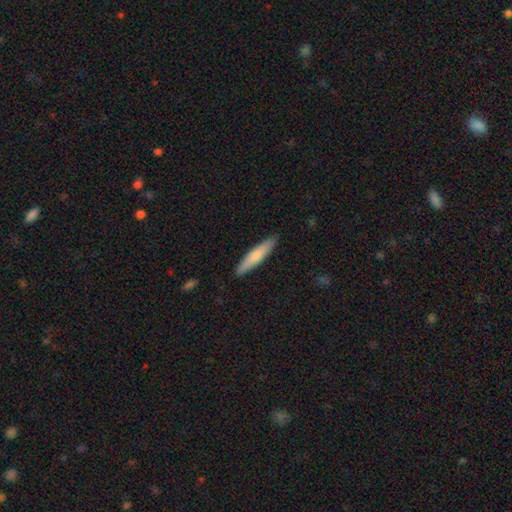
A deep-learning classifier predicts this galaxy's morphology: Q: Smooth or featured?
A: smooth (68%); runner-up: featured or disk (26%)
Q: How rounded?
A: cigar-shaped (87%); runner-up: in between (11%)
Q: Merging?
A: none (89%); runner-up: minor disturbance (8%)